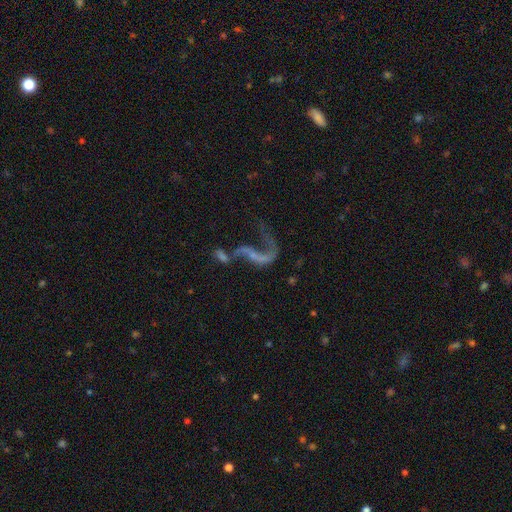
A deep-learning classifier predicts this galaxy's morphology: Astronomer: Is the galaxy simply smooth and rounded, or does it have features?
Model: featured or disk — 75%.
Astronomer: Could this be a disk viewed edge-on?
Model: no — 94%.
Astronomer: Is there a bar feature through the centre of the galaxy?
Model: no — 56%.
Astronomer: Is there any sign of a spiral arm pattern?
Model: yes — 72%.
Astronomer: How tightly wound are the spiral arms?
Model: loose — 90%.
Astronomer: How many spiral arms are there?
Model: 2 — 56% (runner-up: 1, 37%).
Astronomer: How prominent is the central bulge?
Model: none — 48% (runner-up: small, 41%).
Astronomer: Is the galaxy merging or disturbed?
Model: major disturbance — 33% (runner-up: merger, 30%).